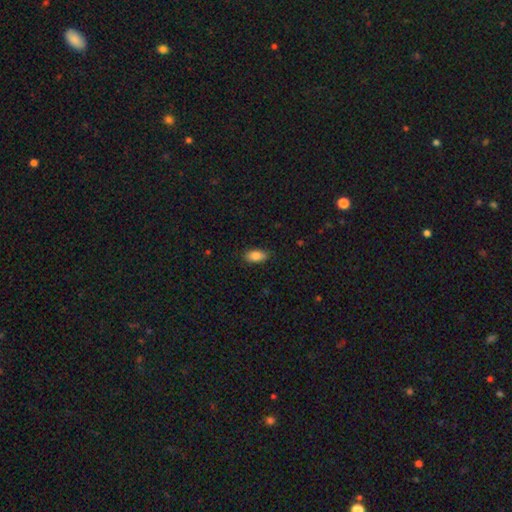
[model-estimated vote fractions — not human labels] This appears to be a smooth galaxy with no disk features (84%) that is in between round and cigar-shaped (91%). Merging: none (87%).